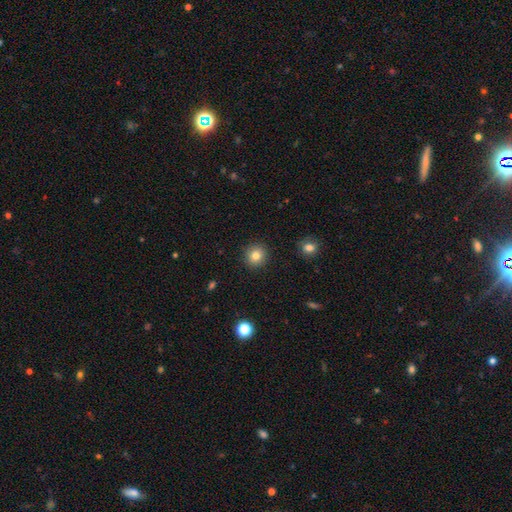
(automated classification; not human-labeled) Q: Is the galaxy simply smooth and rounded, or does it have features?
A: smooth — 82%.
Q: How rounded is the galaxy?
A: round — 92%.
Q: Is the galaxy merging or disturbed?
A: none — 92%.